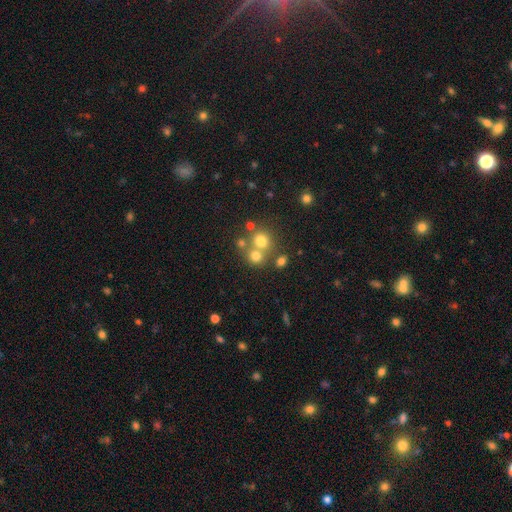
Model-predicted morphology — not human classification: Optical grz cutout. It shows a smooth galaxy with no disk features (69%) that is round (83%). Merging: none (51%).